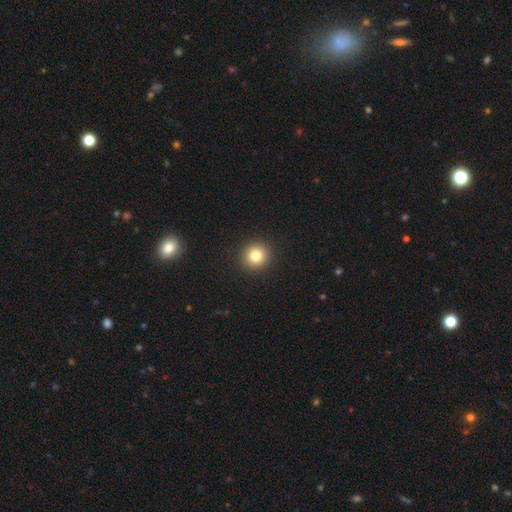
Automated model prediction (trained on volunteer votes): Smooth or featured: smooth — 81% (star or artifact — 12%)
How rounded: round — 94% (in between — 5%)
Merging: none — 93% (minor disturbance — 4%)